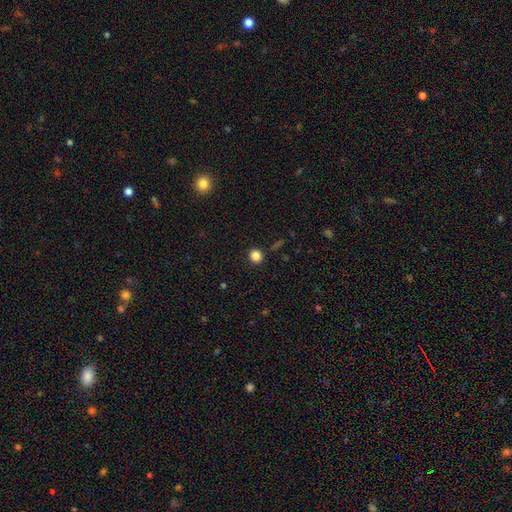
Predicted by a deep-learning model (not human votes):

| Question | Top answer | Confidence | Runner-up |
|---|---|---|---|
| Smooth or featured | smooth | 84% | star or artifact (12%) |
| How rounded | round | 87% | in between (12%) |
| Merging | none | 90% | minor disturbance (6%) |